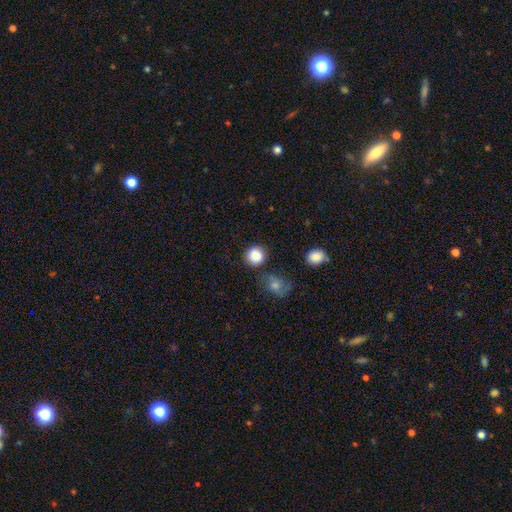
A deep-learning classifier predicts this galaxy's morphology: A smooth galaxy with no disk features (87%) that is round (90%).

Vote fractions:
- Smooth or featured? smooth: 87% / star or artifact: 9% / featured or disk: 4%
- How rounded? round: 90% / in between: 9% / cigar-shaped: 1%
- Merging? none: 82% / minor disturbance: 10% / merger: 5% / major disturbance: 3%